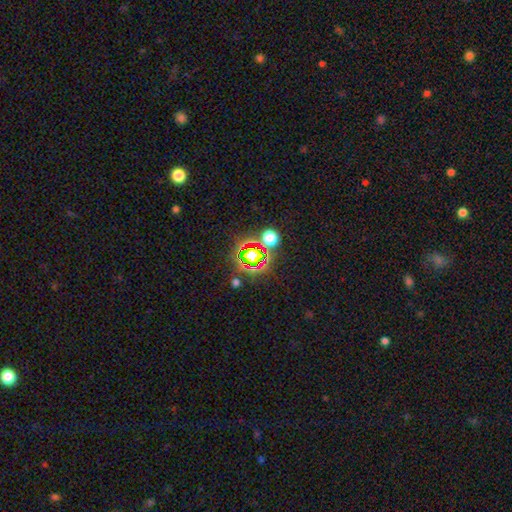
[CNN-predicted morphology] smooth-or-featured: star or artifact: 64% | smooth: 25% | featured or disk: 11%